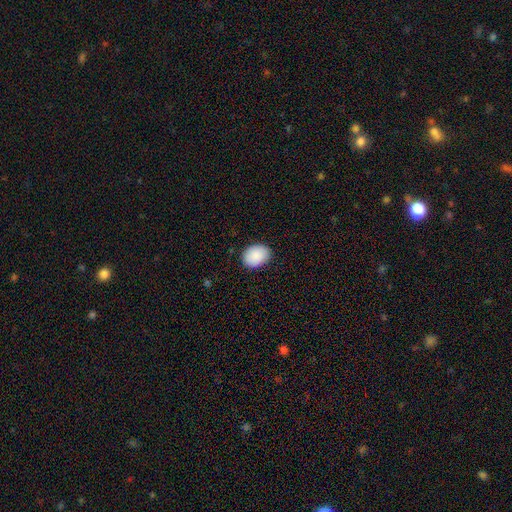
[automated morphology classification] Smooth or featured? Predicted: smooth (p=0.90). How rounded? Predicted: in between (p=0.67). Merging? Predicted: none (p=0.87).